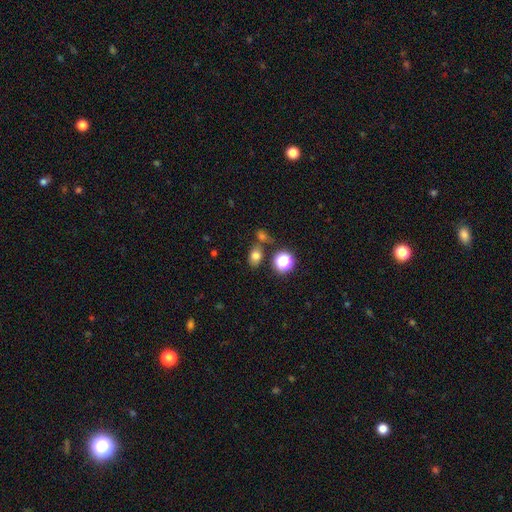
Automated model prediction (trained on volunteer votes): This is likely a smooth galaxy (74%). How rounded: likely in between (69%). Merging: likely none (66%).